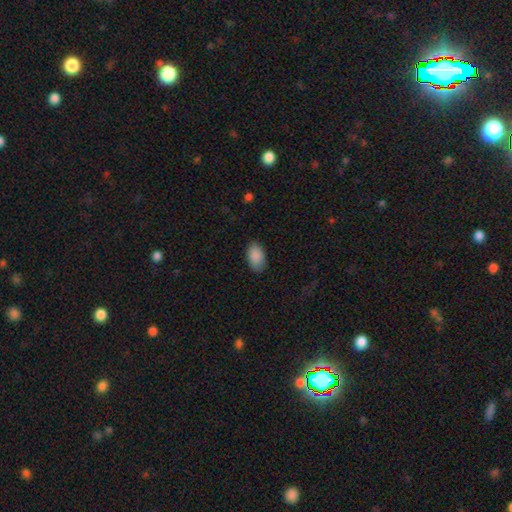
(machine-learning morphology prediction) Smooth or featured? smooth (89%)
How rounded? in between (93%)
Merging? none (83%)